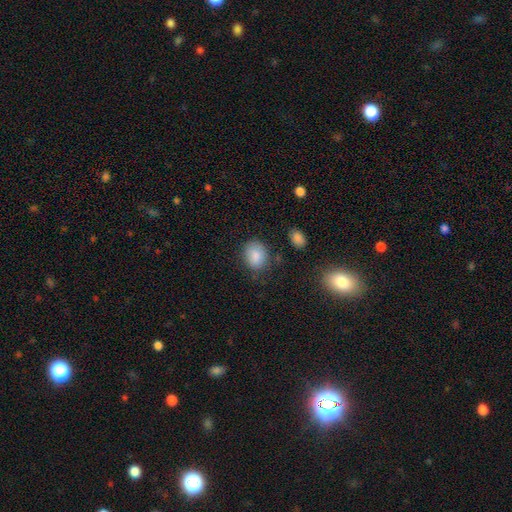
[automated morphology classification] Overall: smooth (85%). How rounded: round (51%; in between 48%). Merging: none (73%).